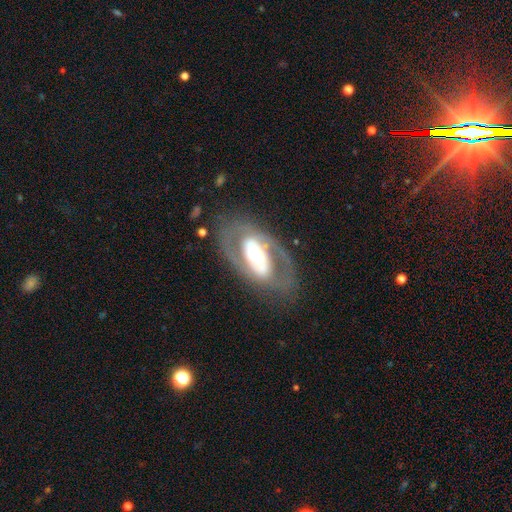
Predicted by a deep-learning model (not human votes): smooth-or-featured: featured or disk: 79% | smooth: 16% | star or artifact: 6%
  disk-edge-on: no: 93% | yes: 7%
    bar: no: 40% | strong: 33% | weak: 27%
    has-spiral-arms: yes: 65% | no: 35%
    bulge-size: moderate: 52% | large: 34% | small: 8% | dominant: 5% | none: 1%
  merging: none: 71% | minor disturbance: 15% | major disturbance: 12% | merger: 2%